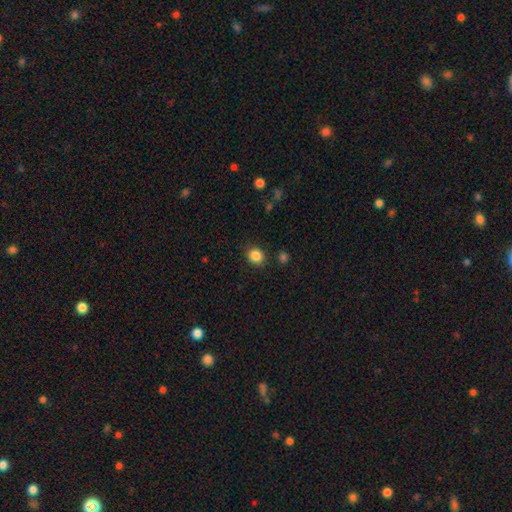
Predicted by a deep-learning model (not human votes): Smooth or featured: smooth — 86% (star or artifact — 10%)
How rounded: round — 71% (in between — 28%)
Merging: none — 88% (minor disturbance — 7%)